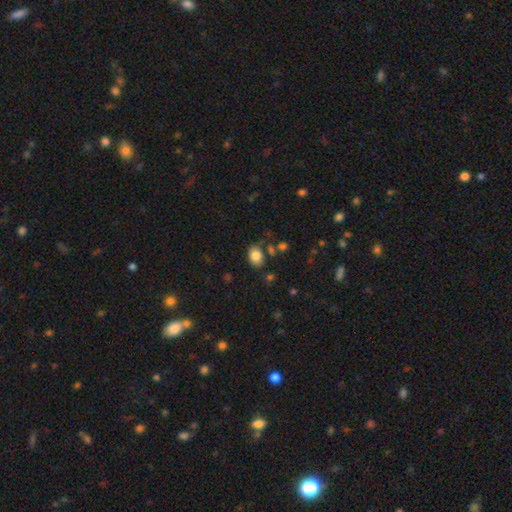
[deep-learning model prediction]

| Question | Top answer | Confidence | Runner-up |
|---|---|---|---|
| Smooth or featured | smooth | 83% | star or artifact (9%) |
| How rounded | in between | 76% | round (23%) |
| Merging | none | 72% | minor disturbance (17%) |